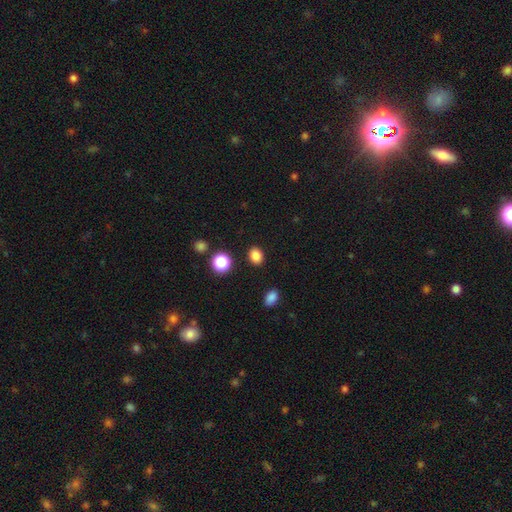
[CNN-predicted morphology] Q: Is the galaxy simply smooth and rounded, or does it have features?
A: smooth — 84%.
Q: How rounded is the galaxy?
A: in between — 50%.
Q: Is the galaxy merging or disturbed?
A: none — 88%.